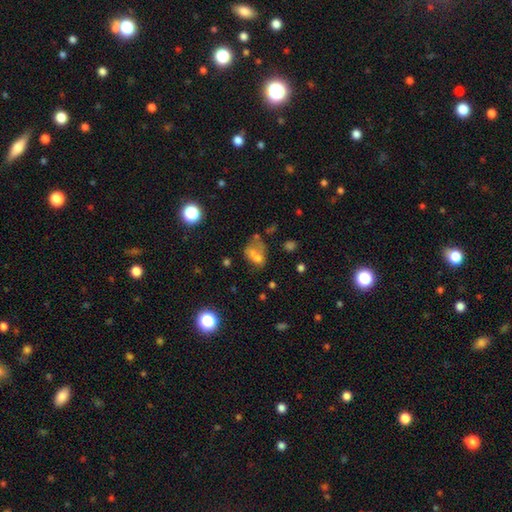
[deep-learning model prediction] A smooth galaxy with no disk features (57%) that is in between round and cigar-shaped (64%). Merging: merger (49%).